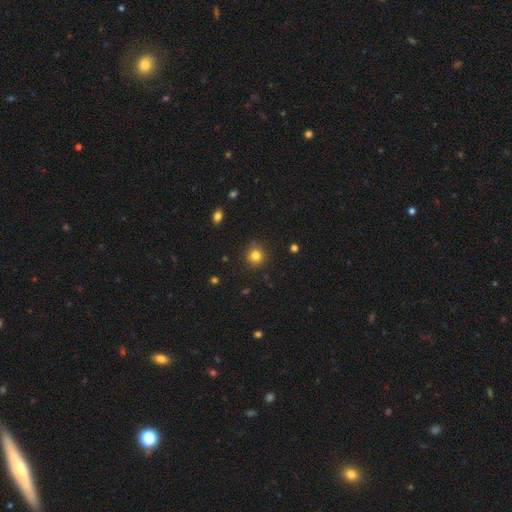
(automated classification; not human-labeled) Smooth or featured?
  - smooth: 80% *
  - star or artifact: 13%
  - featured or disk: 6%
How rounded?
  - round: 92% *
  - in between: 7%
  - cigar-shaped: 1%
Merging?
  - none: 87% *
  - minor disturbance: 9%
  - major disturbance: 2%
  - merger: 2%